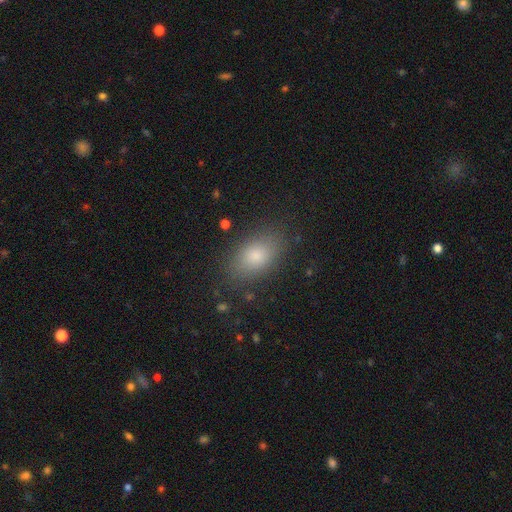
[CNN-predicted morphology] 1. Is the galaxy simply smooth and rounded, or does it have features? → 81% smooth, 10% star or artifact, 9% featured or disk.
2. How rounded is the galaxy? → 87% in between, 11% round, 2% cigar-shaped.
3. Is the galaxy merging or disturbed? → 82% none, 12% minor disturbance, 4% major disturbance, 1% merger.